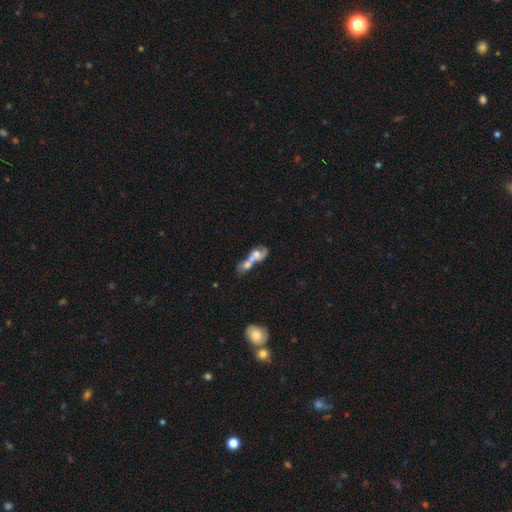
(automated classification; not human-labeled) Smooth or featured?
  - featured or disk: 49% *
  - smooth: 40%
  - star or artifact: 10%
Merging?
  - merger: 78% *
  - none: 9%
  - major disturbance: 8%
  - minor disturbance: 5%